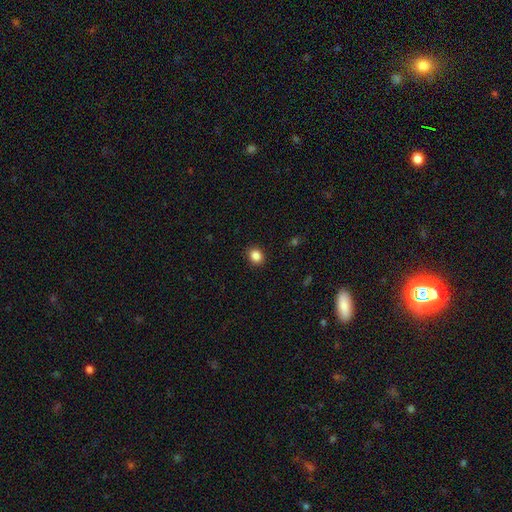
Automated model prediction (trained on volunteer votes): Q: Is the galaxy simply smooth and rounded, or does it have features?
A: smooth — 86%.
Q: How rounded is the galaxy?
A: round — 67%.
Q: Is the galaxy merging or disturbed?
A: none — 91%.